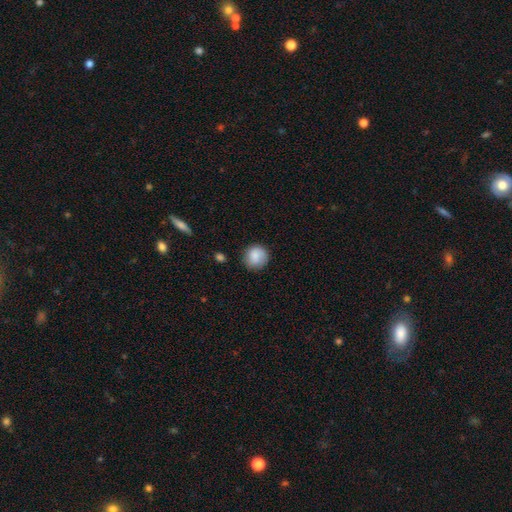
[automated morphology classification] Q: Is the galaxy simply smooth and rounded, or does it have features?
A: smooth — 87%.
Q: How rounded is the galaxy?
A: round — 89%.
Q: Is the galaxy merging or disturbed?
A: none — 81%.